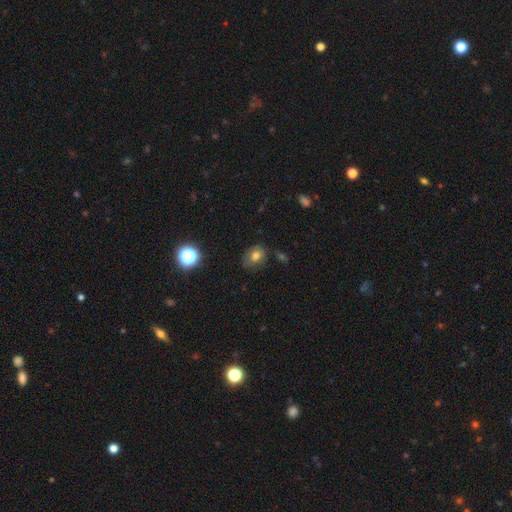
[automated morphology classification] The model was most divided on "how rounded": in between: 59%, round: 40%, cigar-shaped: 1%. More confident: smooth or featured — smooth (72%); merging — none (68%).